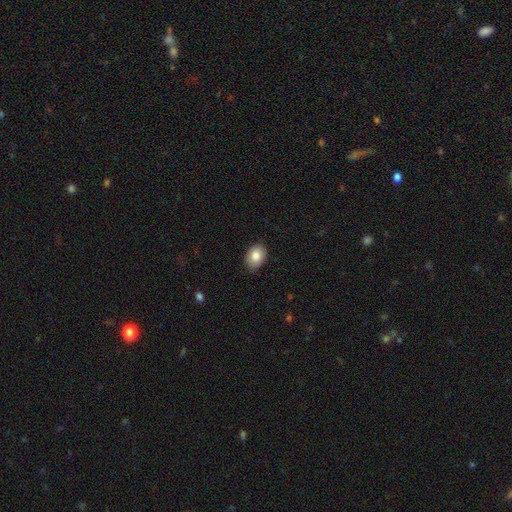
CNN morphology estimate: smooth 84%, featured or disk 8%, star or artifact 8%. Down the decision tree: how rounded — in between (75%); merging — none (83%).